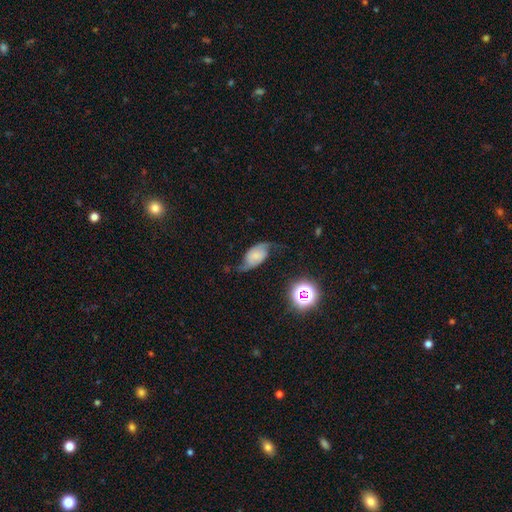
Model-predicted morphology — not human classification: Smooth or featured? featured or disk (68%)
Edge-on disk? no (95%)
Bar? no (61%)
Spiral arms? yes (94%)
Spiral winding? loose (60%)
Spiral arm count? 2 (91%)
Bulge size? small (38%)
Merging? none (60%)